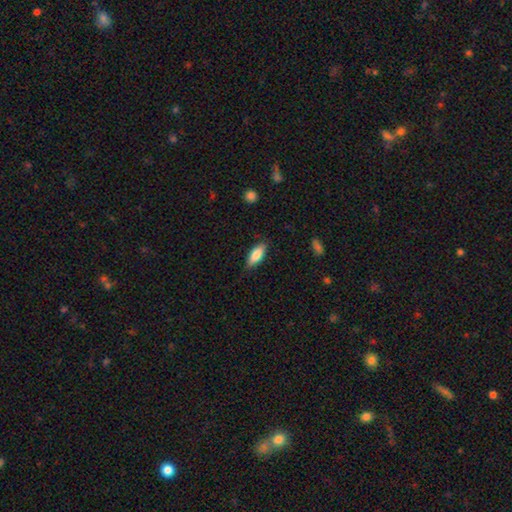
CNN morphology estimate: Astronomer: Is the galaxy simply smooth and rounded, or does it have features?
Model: smooth — 81%.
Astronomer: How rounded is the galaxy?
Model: in between — 74%.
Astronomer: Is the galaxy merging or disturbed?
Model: none — 81%.